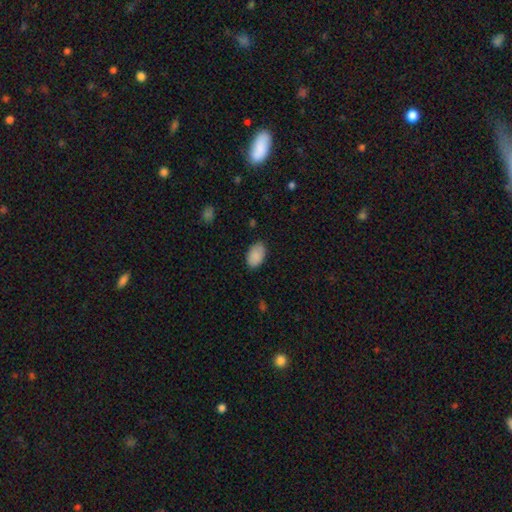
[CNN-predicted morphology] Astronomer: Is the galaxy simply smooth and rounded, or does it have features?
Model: smooth — 90%.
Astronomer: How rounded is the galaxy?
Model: in between — 92%.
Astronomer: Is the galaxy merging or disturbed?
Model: none — 82%.